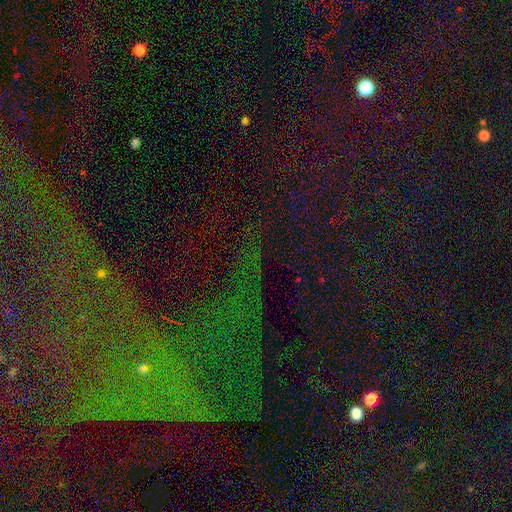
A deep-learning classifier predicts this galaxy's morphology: Smooth or featured? Predicted: star or artifact (p=0.78).